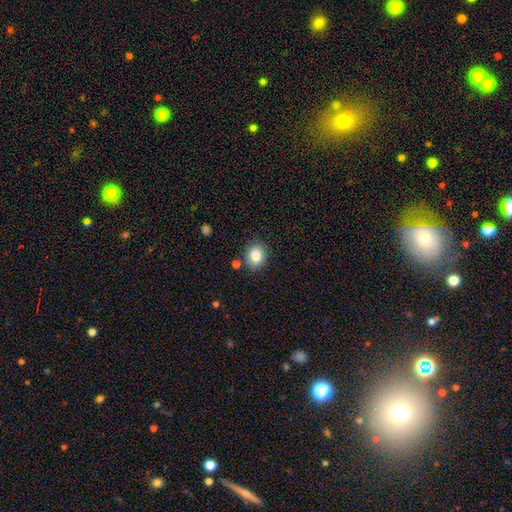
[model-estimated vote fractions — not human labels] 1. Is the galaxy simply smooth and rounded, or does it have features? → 84% smooth, 9% star or artifact, 7% featured or disk.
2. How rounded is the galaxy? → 55% round, 44% in between, 1% cigar-shaped.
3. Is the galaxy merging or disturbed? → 83% none, 11% minor disturbance, 4% merger, 3% major disturbance.